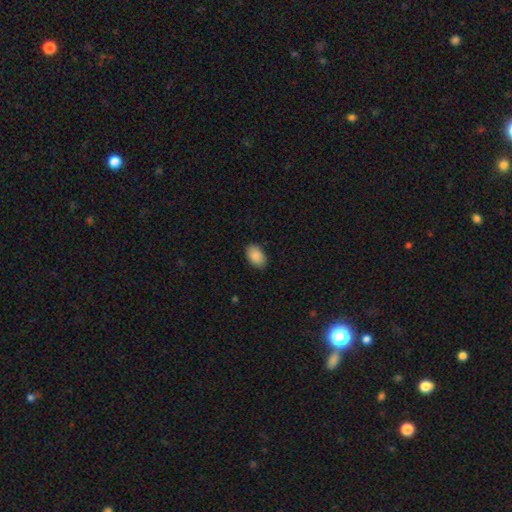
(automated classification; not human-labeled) A smooth galaxy with no disk features (90%) that is in between round and cigar-shaped (90%). Merging: none (87%).